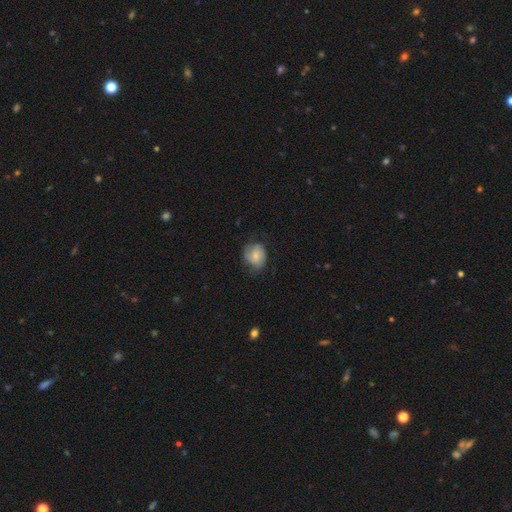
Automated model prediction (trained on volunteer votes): Smooth or featured: smooth — 55% (featured or disk — 38%)
How rounded: round — 65% (in between — 34%)
Merging: none — 62% (minor disturbance — 27%)